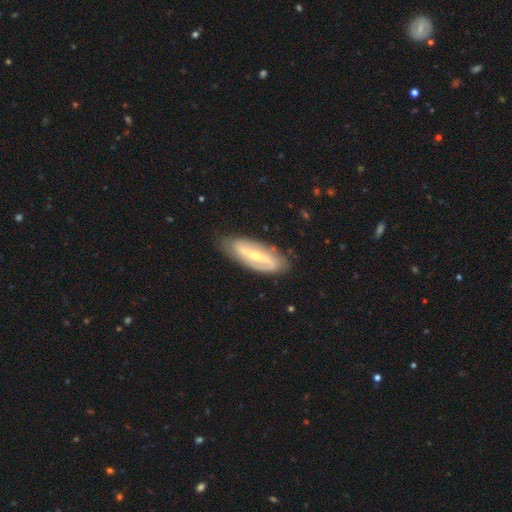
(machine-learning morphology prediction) A featured or disk galaxy (83%) with a strong bar (62%), 2 (88%) loose (42%) spiral arms (88%) and a small central bulge (58%).

Vote fractions:
- Smooth or featured? featured or disk: 83% / smooth: 13% / star or artifact: 5%
- Edge-on disk? no: 87% / yes: 13%
- Bar? strong: 62% / weak: 25% / no: 13%
- Spiral arms? yes: 88% / no: 12%
- Spiral winding? loose: 42% / medium: 35% / tight: 23%
- Spiral arm count? 2: 88% / can't tell: 6% / 1: 3% / 3: 1% / 4: 1% / more than 4: 1%
- Bulge size? small: 58% / moderate: 38% / large: 2% / none: 1% / dominant: 1%
- Merging? none: 83% / minor disturbance: 13% / major disturbance: 3% / merger: 1%